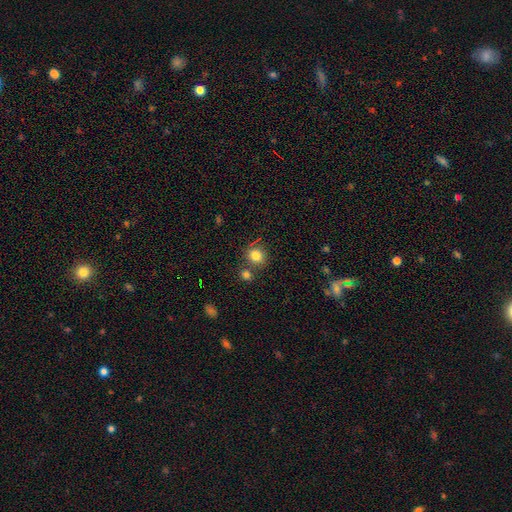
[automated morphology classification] Smooth or featured? smooth (81%)
How rounded? round (83%)
Merging? none (69%)